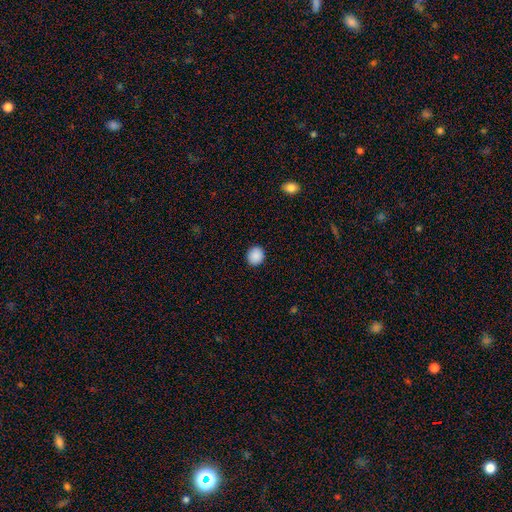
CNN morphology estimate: A smooth galaxy with no disk features (89%) that is round (85%).

Vote fractions:
- Smooth or featured? smooth: 89% / star or artifact: 9% / featured or disk: 2%
- How rounded? round: 85% / in between: 14% / cigar-shaped: 1%
- Merging? none: 91% / minor disturbance: 6% / major disturbance: 2% / merger: 1%